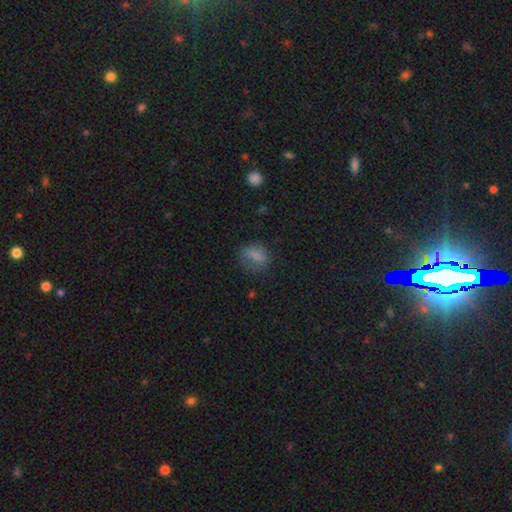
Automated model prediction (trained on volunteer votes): Morphology: type=smooth (77%); roundness=in between (60%); merging=none (66%).